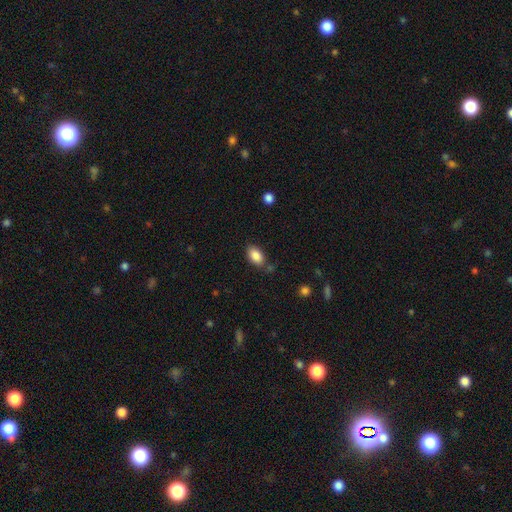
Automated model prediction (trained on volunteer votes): smooth_or_featured: smooth (p=0.86) [alt: star or artifact p=0.08]
how_rounded: in between (p=0.91) [alt: round p=0.07]
merging: none (p=0.77) [alt: minor disturbance p=0.14]